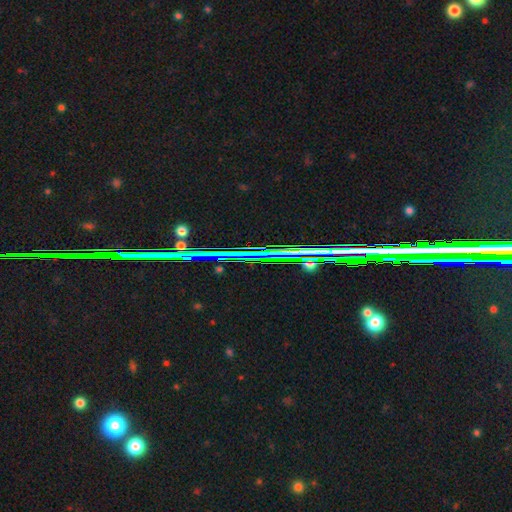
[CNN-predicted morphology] Smooth or featured? Predicted: star or artifact (p=0.84).